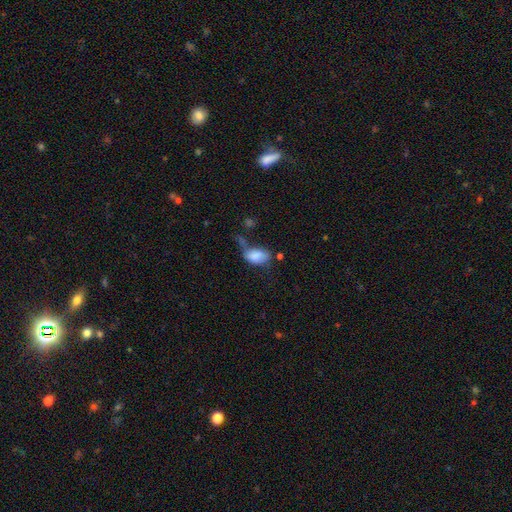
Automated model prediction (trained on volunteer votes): A smooth galaxy with no disk features (79%) that is in between round and cigar-shaped (91%). Merging: minor disturbance (28%).